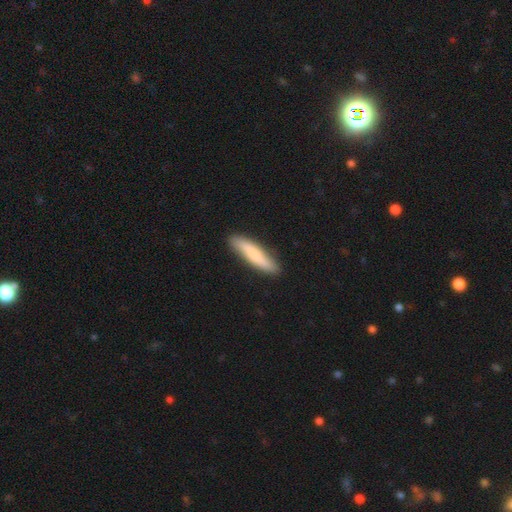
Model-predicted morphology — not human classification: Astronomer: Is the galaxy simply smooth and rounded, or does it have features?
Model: smooth — 73%.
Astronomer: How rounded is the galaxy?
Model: cigar-shaped — 83%.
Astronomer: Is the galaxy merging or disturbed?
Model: none — 85%.